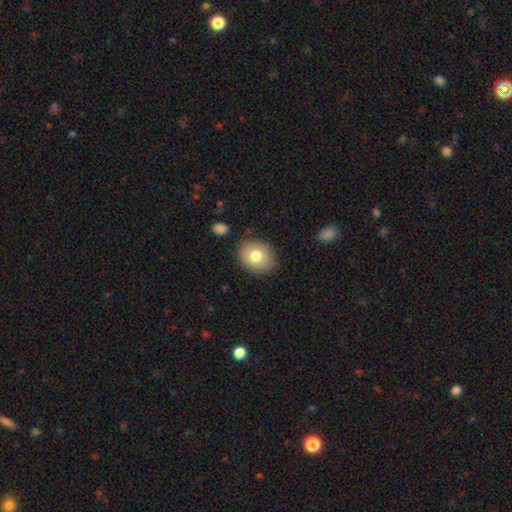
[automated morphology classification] smooth-or-featured: smooth: 78% | featured or disk: 13% | star or artifact: 9%
  how-rounded: round: 61% | in between: 38% | cigar-shaped: 1%
  merging: none: 84% | minor disturbance: 11% | major disturbance: 3% | merger: 2%